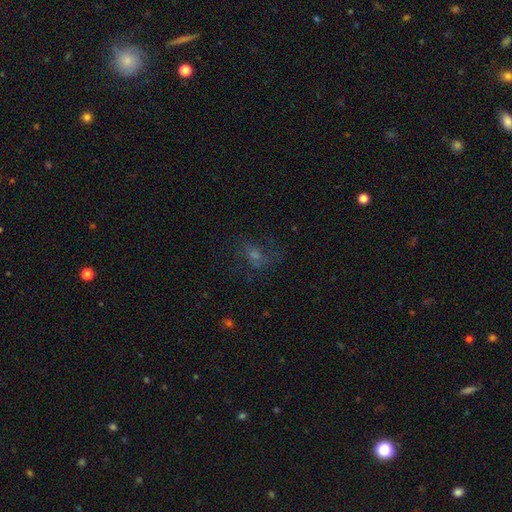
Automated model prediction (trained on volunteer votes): Smooth or featured? featured or disk (35%)
Merging? none (60%)